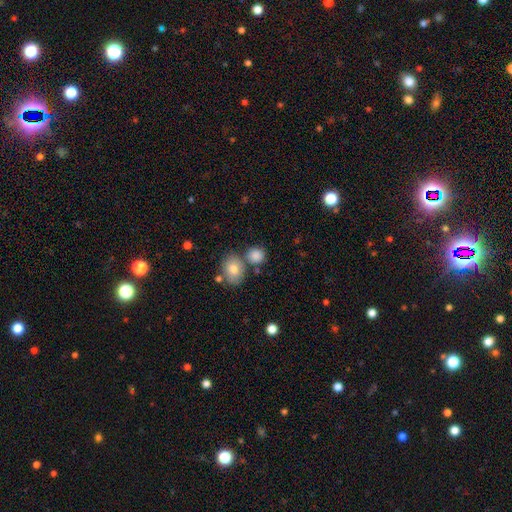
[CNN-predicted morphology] This appears to be a smooth galaxy with no disk features (84%) that is round (77%). Merging: none (61%).